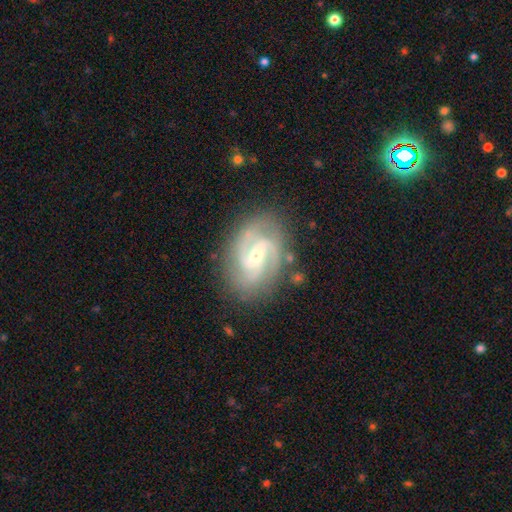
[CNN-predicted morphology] Smooth or featured? featured or disk (90%)
Edge-on disk? no (97%)
Bar? weak (44%)
Spiral arms? yes (98%)
Spiral winding? medium (52%)
Spiral arm count? 2 (47%)
Bulge size? small (67%)
Merging? none (80%)